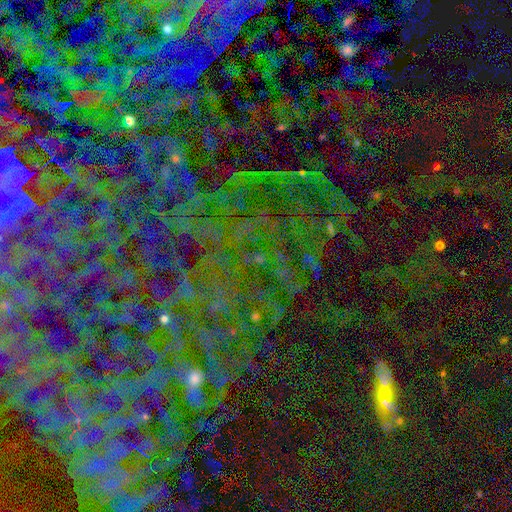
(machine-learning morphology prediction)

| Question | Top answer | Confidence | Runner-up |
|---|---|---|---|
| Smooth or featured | star or artifact | 79% | featured or disk (11%) |